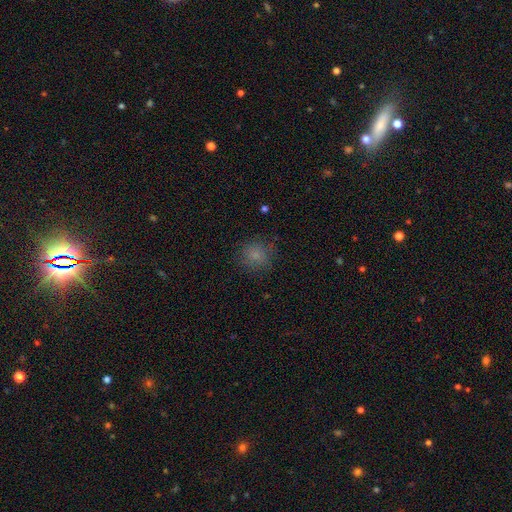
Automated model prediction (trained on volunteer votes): Q: Smooth or featured?
A: smooth (79%); runner-up: star or artifact (14%)
Q: How rounded?
A: round (88%); runner-up: in between (11%)
Q: Merging?
A: none (82%); runner-up: minor disturbance (13%)